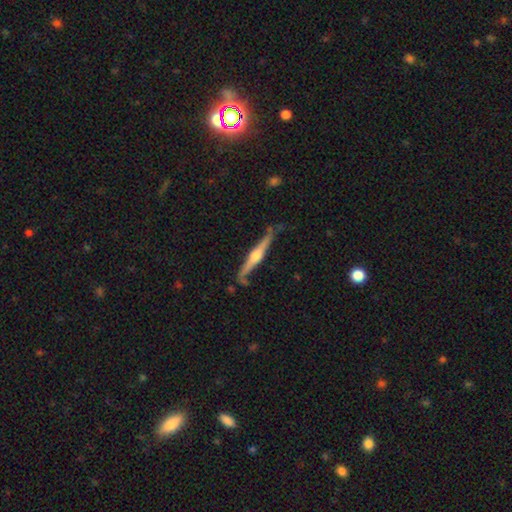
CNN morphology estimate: Smooth or featured? featured or disk (76%)
Edge-on disk? yes (97%)
Edge-on bulge? rounded (91%)
Merging? none (71%)